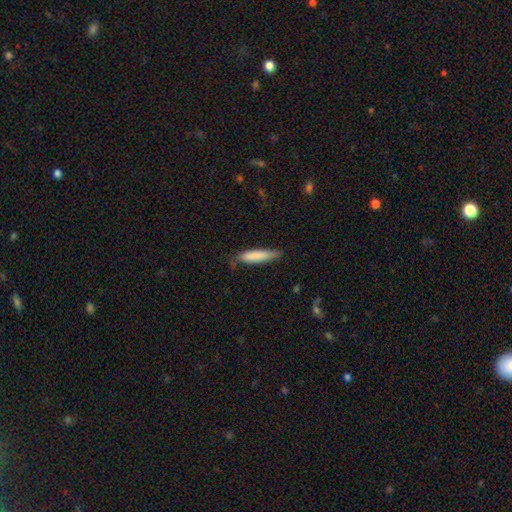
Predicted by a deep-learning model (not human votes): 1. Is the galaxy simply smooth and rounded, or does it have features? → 80% smooth, 14% featured or disk, 6% star or artifact.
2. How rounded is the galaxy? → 84% cigar-shaped, 15% in between, 1% round.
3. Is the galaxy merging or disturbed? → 69% none, 25% minor disturbance, 5% major disturbance, 2% merger.